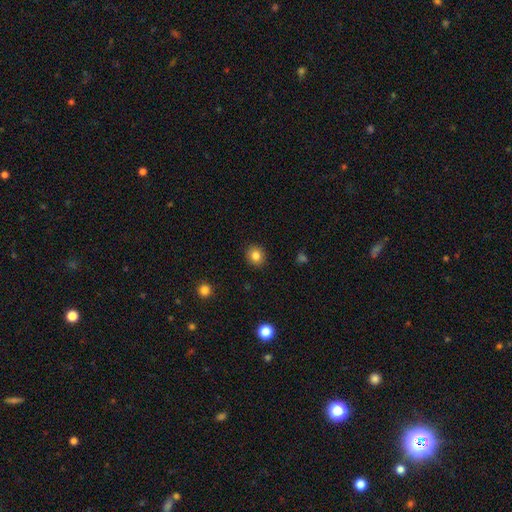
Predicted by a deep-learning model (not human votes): This appears to be a smooth galaxy with no disk features (83%) that is round (81%). Merging: none (91%).